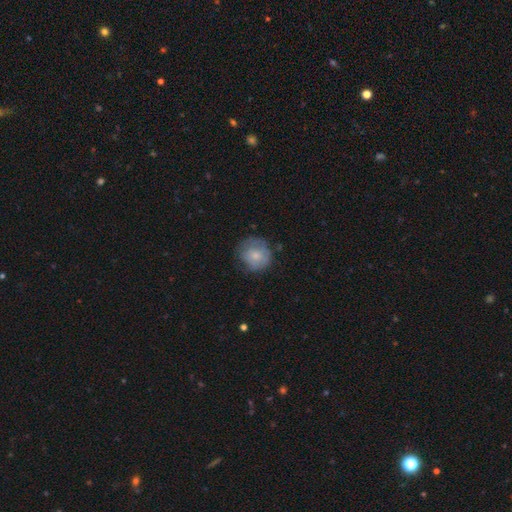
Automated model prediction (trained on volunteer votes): A smooth galaxy with no disk features (71%) that is round (89%). Merging: none (66%).